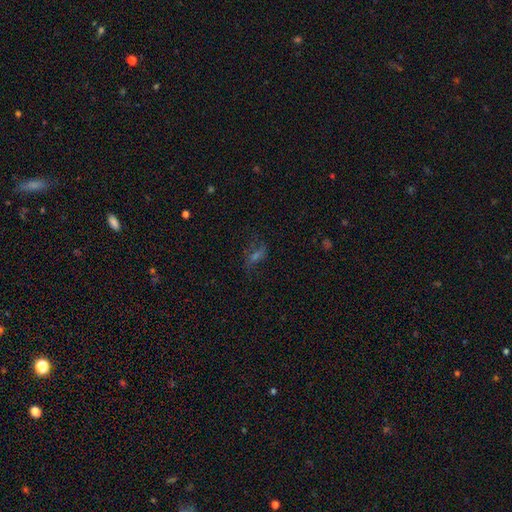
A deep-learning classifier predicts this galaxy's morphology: smooth_or_featured: featured or disk (p=0.40) [alt: smooth p=0.30]
merging: none (p=0.61) [alt: major disturbance p=0.18]